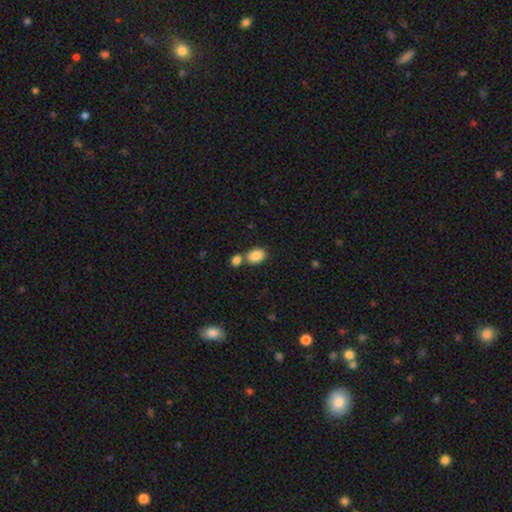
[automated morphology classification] The model was most divided on "merging": none: 57%, merger: 31%, minor disturbance: 10%, major disturbance: 3%. More confident: smooth or featured — smooth (87%); how rounded — in between (81%).